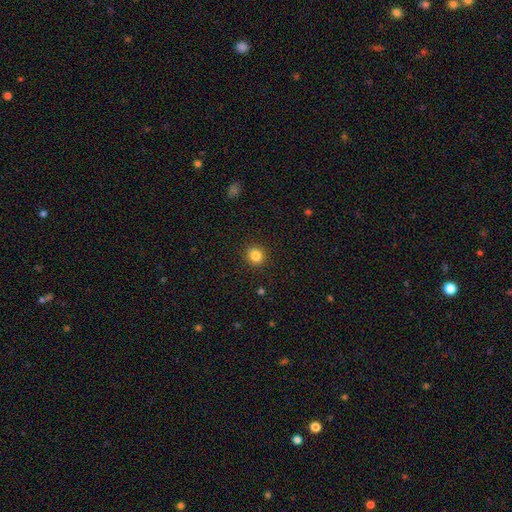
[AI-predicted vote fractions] The model was most divided on "smooth or featured": smooth: 84%, star or artifact: 11%, featured or disk: 5%. More confident: merging — none (91%); how rounded — round (87%).